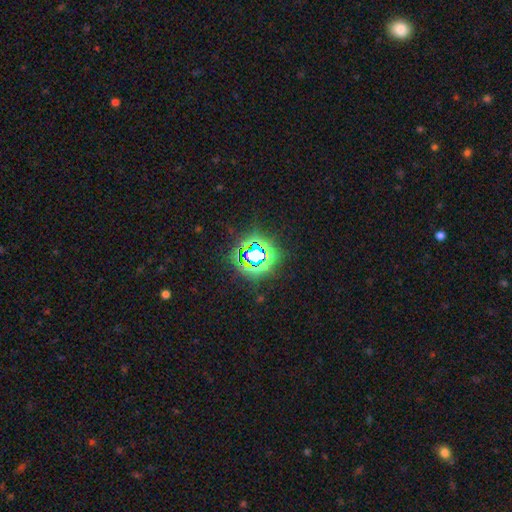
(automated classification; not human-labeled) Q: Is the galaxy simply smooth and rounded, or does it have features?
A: star or artifact — 74%.